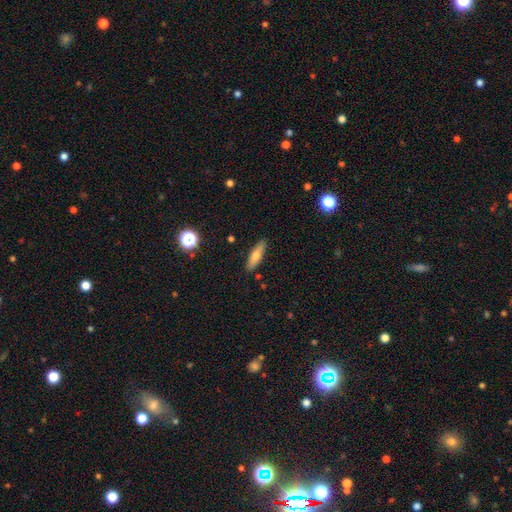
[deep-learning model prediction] The model was most divided on "how rounded": cigar-shaped: 61%, in between: 37%, round: 3%. More confident: merging — none (87%); smooth or featured — smooth (70%).